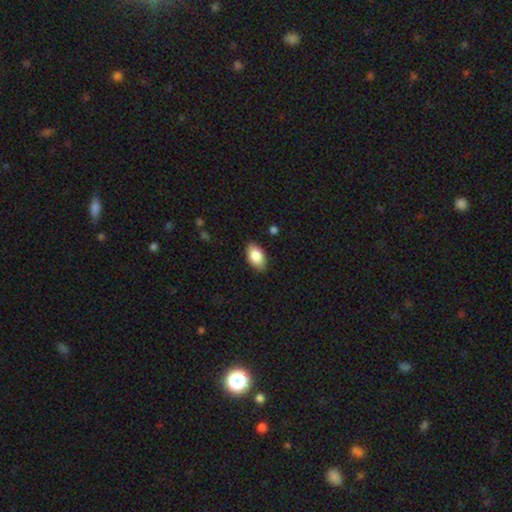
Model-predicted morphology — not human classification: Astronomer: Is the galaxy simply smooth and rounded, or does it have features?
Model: smooth — 85%.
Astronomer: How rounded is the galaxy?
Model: in between — 94%.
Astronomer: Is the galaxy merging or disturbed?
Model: none — 86%.